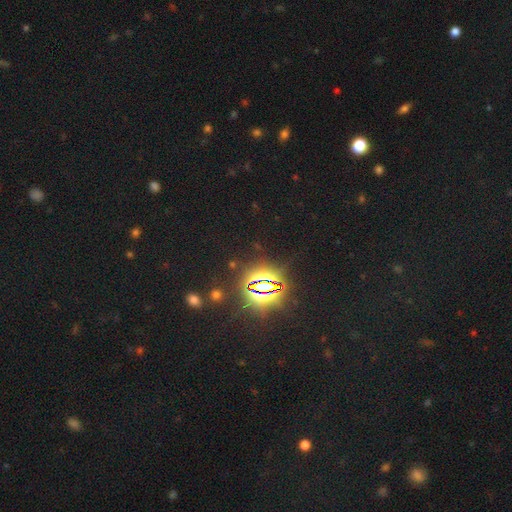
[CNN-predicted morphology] Q: Smooth or featured?
A: star or artifact (83%); runner-up: smooth (11%)